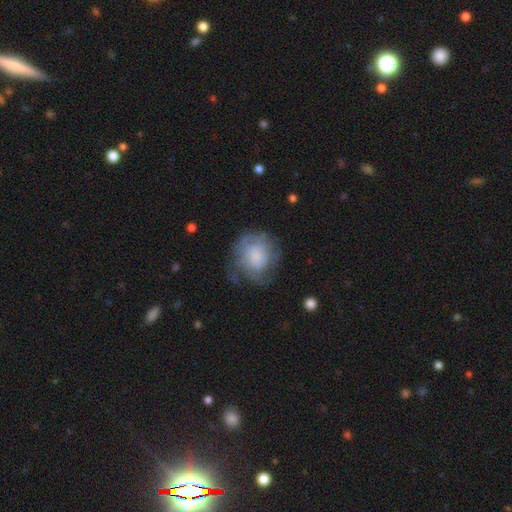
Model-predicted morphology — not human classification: This appears to be a smooth galaxy with no disk features (46%). Merging: none (56%).